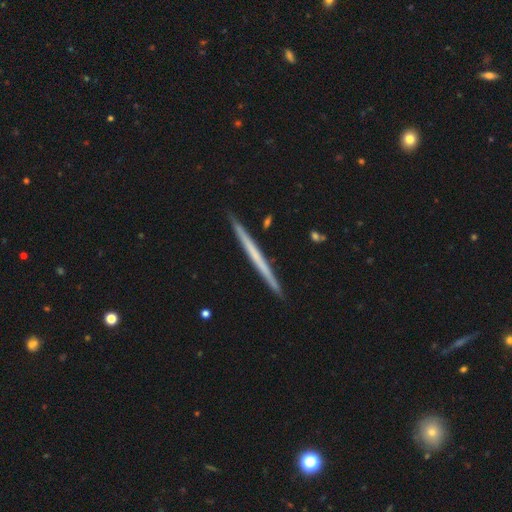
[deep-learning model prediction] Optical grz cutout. It shows a featured or disk galaxy (56%) viewed edge-on (98%) with no central bulge (91%). Merging: none (92%).